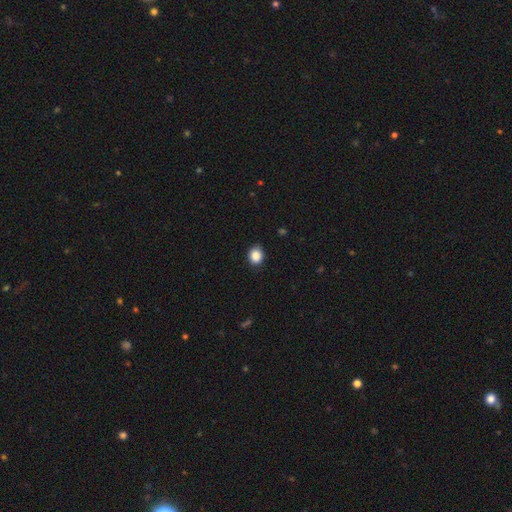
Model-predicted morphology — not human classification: A smooth galaxy with no disk features (88%) that is round (65%).

Vote fractions:
- Smooth or featured? smooth: 88% / star or artifact: 9% / featured or disk: 3%
- How rounded? round: 65% / in between: 34% / cigar-shaped: 1%
- Merging? none: 87% / minor disturbance: 9% / major disturbance: 2% / merger: 1%